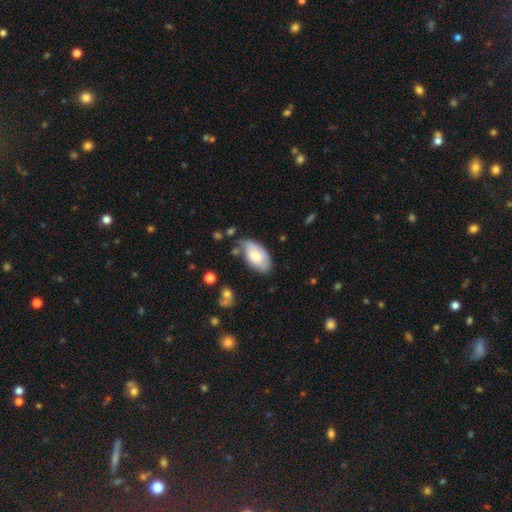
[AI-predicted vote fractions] This is likely a smooth galaxy (64%). How rounded: clearly in between (94%). Merging: possibly none (54%).